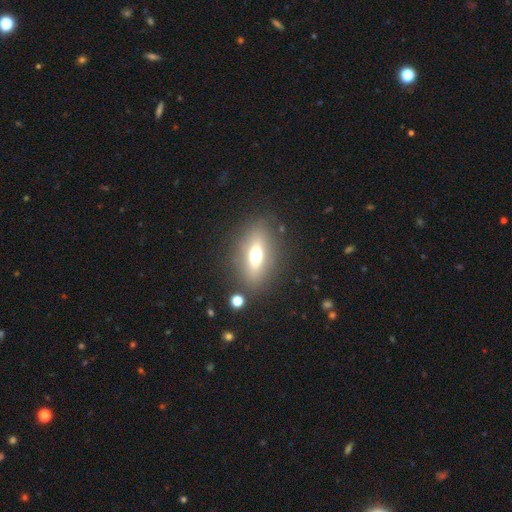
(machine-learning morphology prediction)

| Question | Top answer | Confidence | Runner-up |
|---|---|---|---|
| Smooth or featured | smooth | 55% | featured or disk (31%) |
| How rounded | in between | 70% | cigar-shaped (16%) |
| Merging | none | 81% | minor disturbance (10%) |